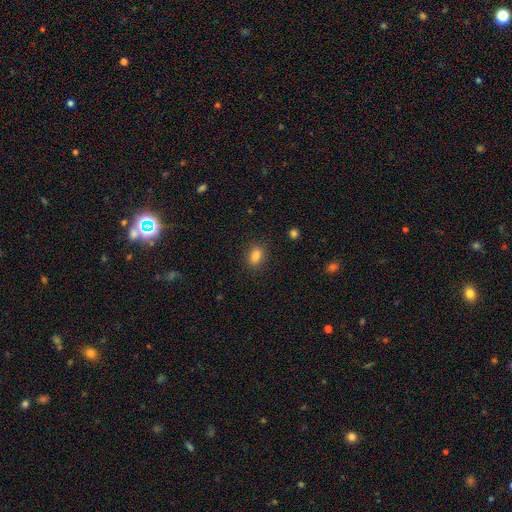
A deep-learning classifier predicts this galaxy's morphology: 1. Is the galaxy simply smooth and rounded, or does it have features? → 83% smooth, 10% star or artifact, 7% featured or disk.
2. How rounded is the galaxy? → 74% in between, 23% round, 2% cigar-shaped.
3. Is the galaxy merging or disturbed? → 87% none, 9% minor disturbance, 2% major disturbance, 1% merger.